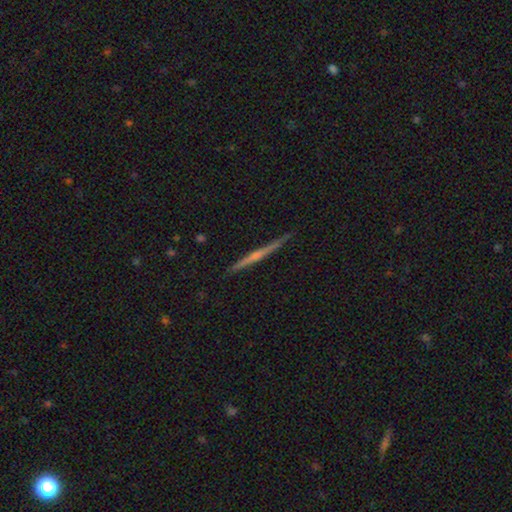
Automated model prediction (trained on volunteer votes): A featured or disk galaxy (71%) viewed edge-on (97%) with a rounded central bulge (54%). Merging: none (90%).